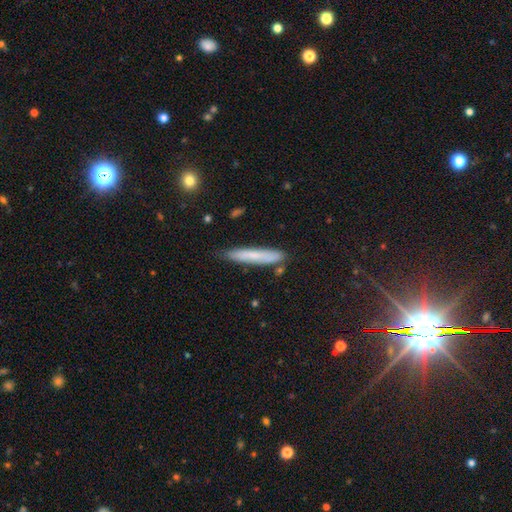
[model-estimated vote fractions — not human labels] This is likely a smooth galaxy (67%). How rounded: clearly cigar-shaped (93%). Merging: likely none (76%).